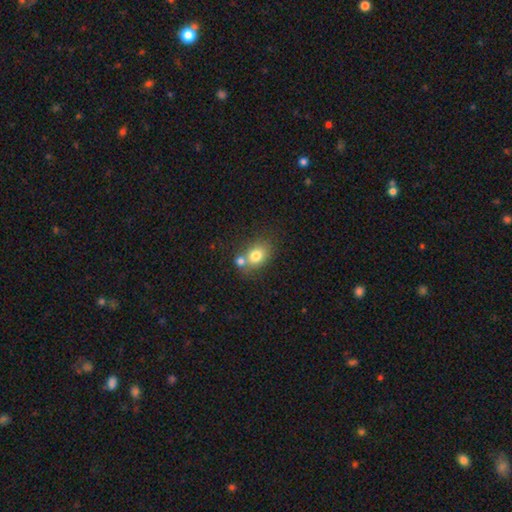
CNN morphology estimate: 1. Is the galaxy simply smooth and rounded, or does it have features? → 77% smooth, 13% featured or disk, 10% star or artifact.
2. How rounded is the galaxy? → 57% in between, 42% round, 1% cigar-shaped.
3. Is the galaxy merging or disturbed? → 48% none, 37% merger, 11% minor disturbance, 4% major disturbance.